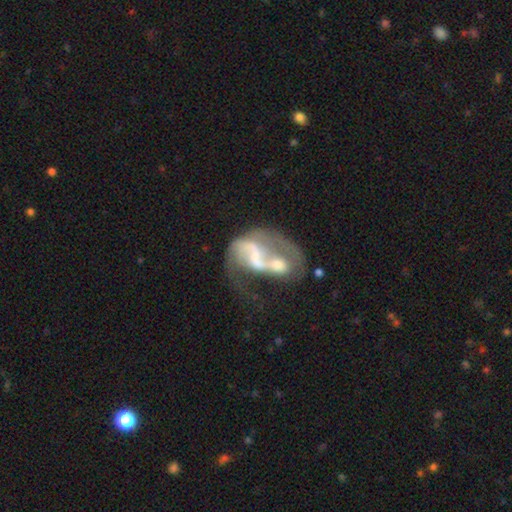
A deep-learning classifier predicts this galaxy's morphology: Smooth or featured? featured or disk (75%)
Edge-on disk? no (97%)
Bar? no (48%)
Spiral arms? yes (73%)
Spiral winding? loose (57%)
Spiral arm count? 2 (53%)
Bulge size? small (33%)
Merging? merger (49%)